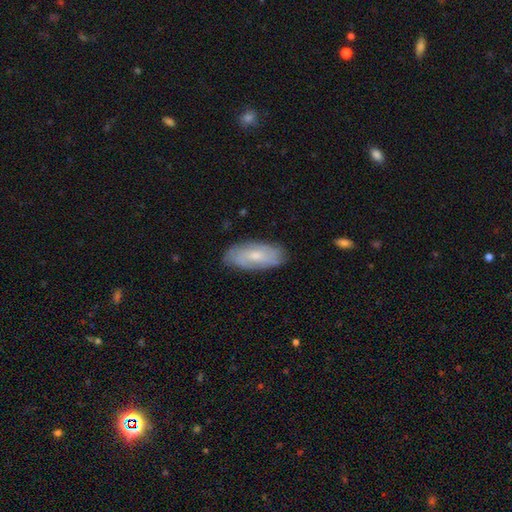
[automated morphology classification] smooth-or-featured: smooth: 48% | featured or disk: 45% | star or artifact: 7%
  merging: none: 80% | minor disturbance: 16% | major disturbance: 3% | merger: 1%